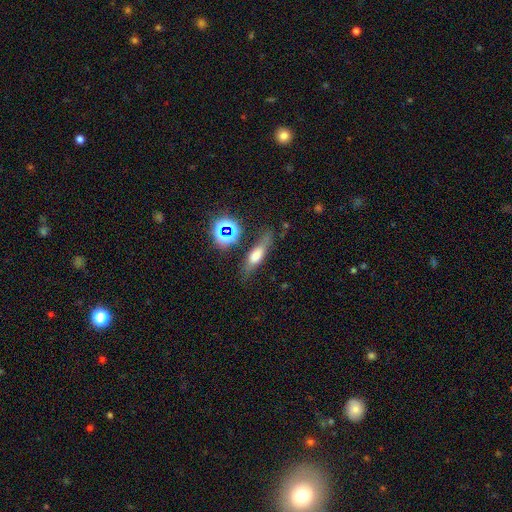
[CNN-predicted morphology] A smooth galaxy with no disk features (54%) that is cigar-shaped (54%). Merging: none (69%).